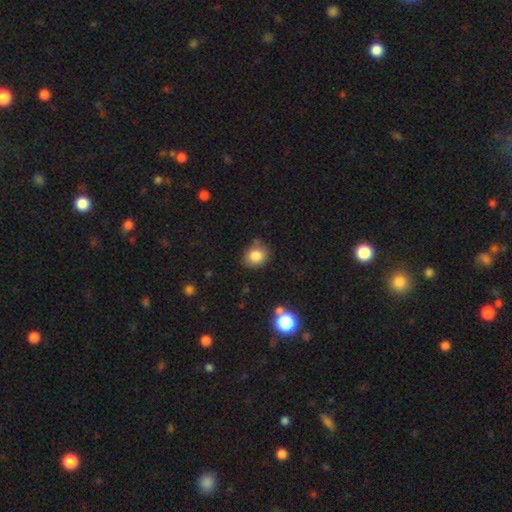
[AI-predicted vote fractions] Smooth or featured: smooth — 83% (star or artifact — 10%)
How rounded: round — 65% (in between — 34%)
Merging: none — 73% (minor disturbance — 19%)